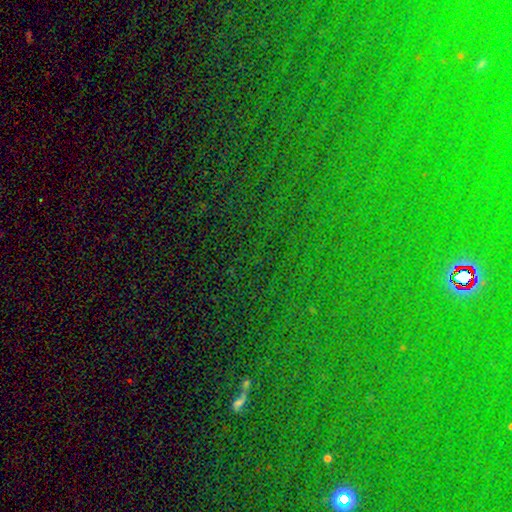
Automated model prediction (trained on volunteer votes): Smooth or featured?
  - star or artifact: 79% *
  - smooth: 12%
  - featured or disk: 9%